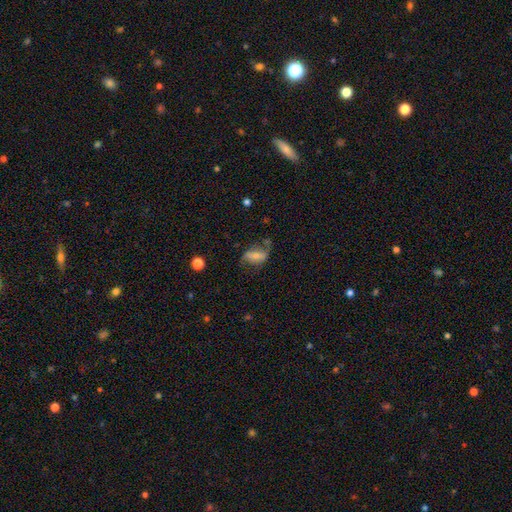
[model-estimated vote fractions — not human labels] A featured or disk galaxy (46%). Merging: none (48%).